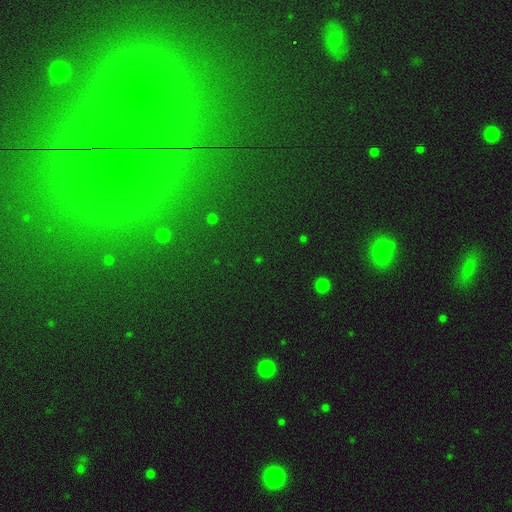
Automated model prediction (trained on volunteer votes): star or artifact 63%, smooth 27%, featured or disk 10%.